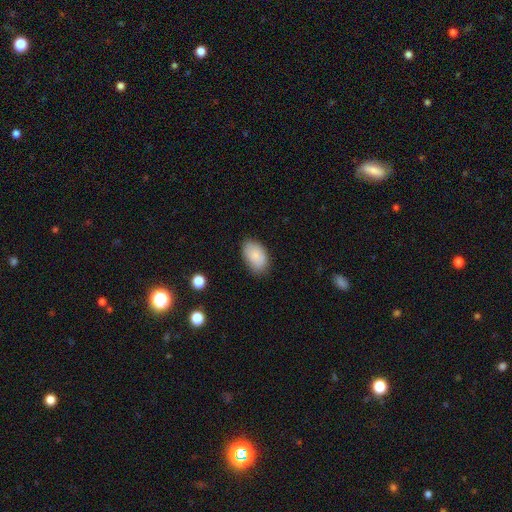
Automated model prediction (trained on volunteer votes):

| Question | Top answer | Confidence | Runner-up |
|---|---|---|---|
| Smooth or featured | smooth | 82% | featured or disk (11%) |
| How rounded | in between | 91% | round (7%) |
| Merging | none | 76% | minor disturbance (19%) |